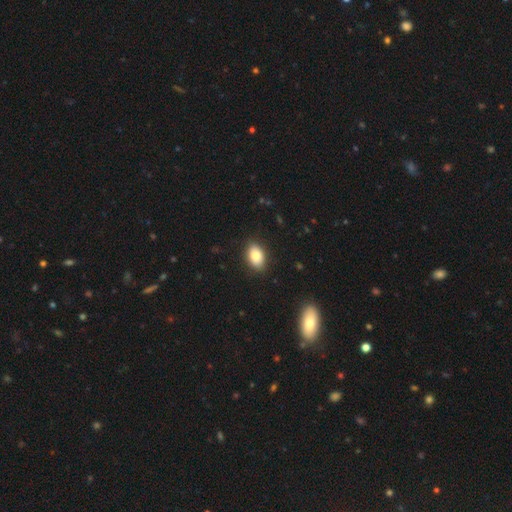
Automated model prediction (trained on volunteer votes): smooth 84%, featured or disk 9%, star or artifact 8%. Down the decision tree: how rounded — in between (87%); merging — none (87%).